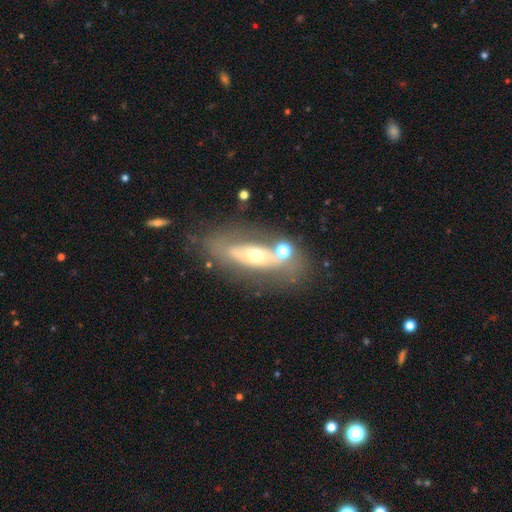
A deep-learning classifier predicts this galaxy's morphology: featured or disk 57%, smooth 34%, star or artifact 9%. Down the decision tree: edge-on disk — no (73%); merging — none (58%).